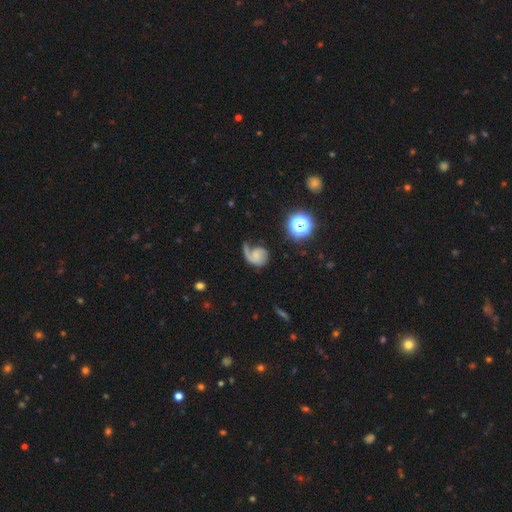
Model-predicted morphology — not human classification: This is likely a featured or disk galaxy (67%). It is clearly not viewed edge-on (98%). Bar: likely no (70%). Spiral arm pattern: clearly yes (92%). Spiral arm count: likely 1 (69%). Spiral winding: marginally loose (41%). Central bulge: marginally small (40%, tied with none). Merging: marginally none (39%).